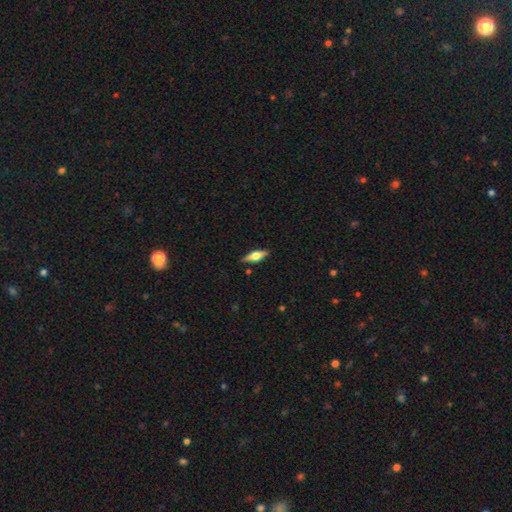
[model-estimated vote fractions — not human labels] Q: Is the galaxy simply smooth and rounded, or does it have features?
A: featured or disk — 59%.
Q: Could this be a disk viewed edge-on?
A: yes — 95%.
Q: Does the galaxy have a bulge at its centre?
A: rounded — 92%.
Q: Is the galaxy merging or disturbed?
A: none — 88%.